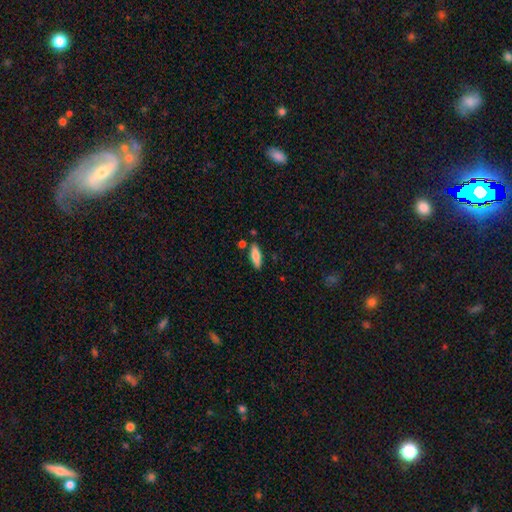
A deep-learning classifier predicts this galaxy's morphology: Overall: smooth (73%). How rounded: in between (51%; cigar-shaped 47%). Merging: none (83%).